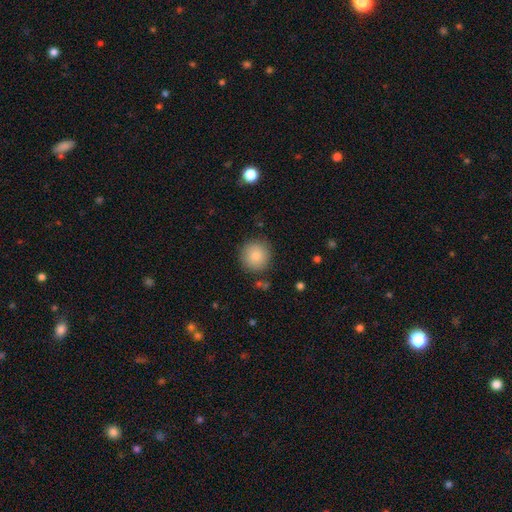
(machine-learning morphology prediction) Q: Smooth or featured?
A: smooth (84%); runner-up: star or artifact (9%)
Q: How rounded?
A: round (94%); runner-up: in between (5%)
Q: Merging?
A: none (87%); runner-up: minor disturbance (8%)